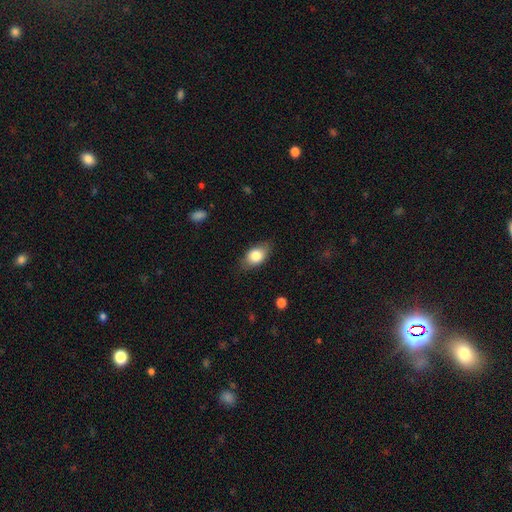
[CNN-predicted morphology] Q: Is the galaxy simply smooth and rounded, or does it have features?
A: smooth — 81%.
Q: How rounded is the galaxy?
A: in between — 87%.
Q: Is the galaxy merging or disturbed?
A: none — 79%.